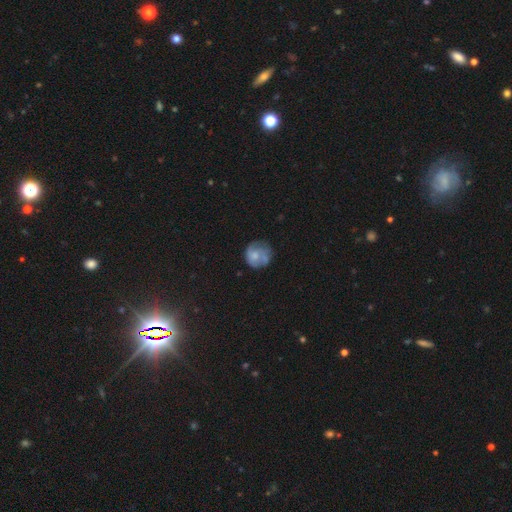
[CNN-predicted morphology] Q: Smooth or featured?
A: smooth (54%); runner-up: featured or disk (38%)
Q: How rounded?
A: round (83%); runner-up: in between (16%)
Q: Merging?
A: none (55%); runner-up: minor disturbance (27%)